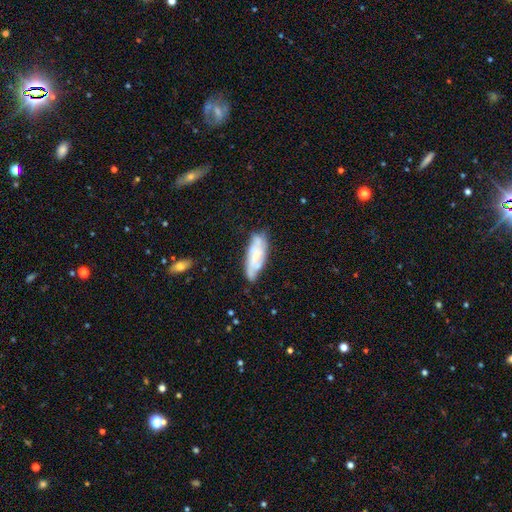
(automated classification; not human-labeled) Smooth or featured? featured or disk (60%)
Edge-on disk? no (84%)
Bar? no (60%)
Spiral arms? yes (82%)
Bulge size? small (56%)
Merging? none (66%)